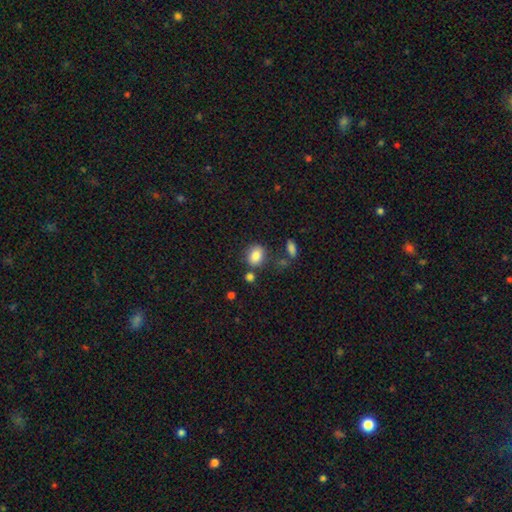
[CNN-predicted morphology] This is clearly a smooth galaxy (84%). How rounded: possibly in between (59%). Merging: likely none (72%).